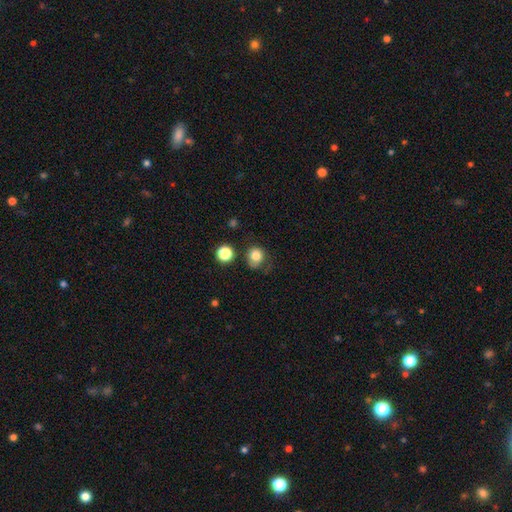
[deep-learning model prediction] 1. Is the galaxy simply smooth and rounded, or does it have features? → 81% smooth, 11% star or artifact, 8% featured or disk.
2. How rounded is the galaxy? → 80% round, 19% in between, 1% cigar-shaped.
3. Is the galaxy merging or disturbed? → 56% none, 26% minor disturbance, 13% major disturbance, 6% merger.